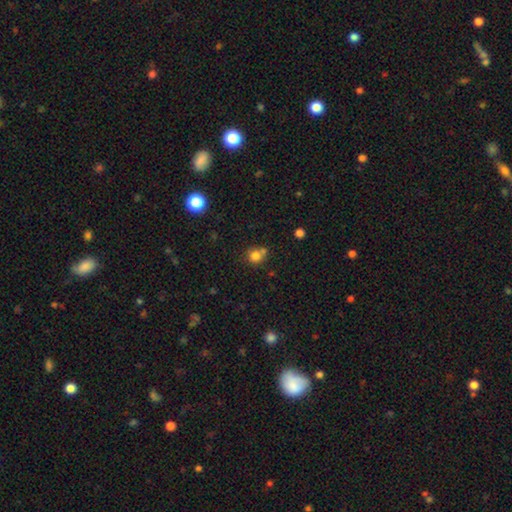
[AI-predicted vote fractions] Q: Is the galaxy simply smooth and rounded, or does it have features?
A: smooth — 79%.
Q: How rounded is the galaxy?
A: round — 85%.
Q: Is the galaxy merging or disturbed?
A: none — 56%.